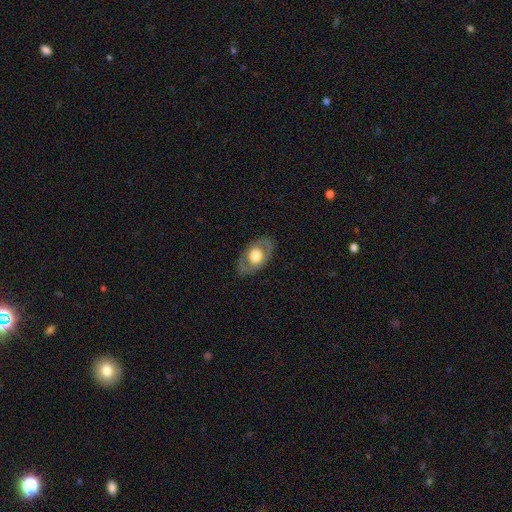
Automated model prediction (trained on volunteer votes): smooth-or-featured: featured or disk: 50% | smooth: 45% | star or artifact: 6%
  merging: none: 80% | minor disturbance: 13% | major disturbance: 5% | merger: 1%